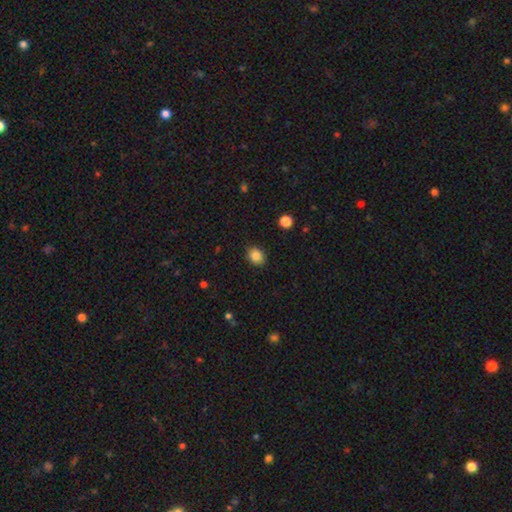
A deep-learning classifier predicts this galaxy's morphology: This is clearly a smooth galaxy (85%). How rounded: possibly round (52%). Merging: clearly none (88%).